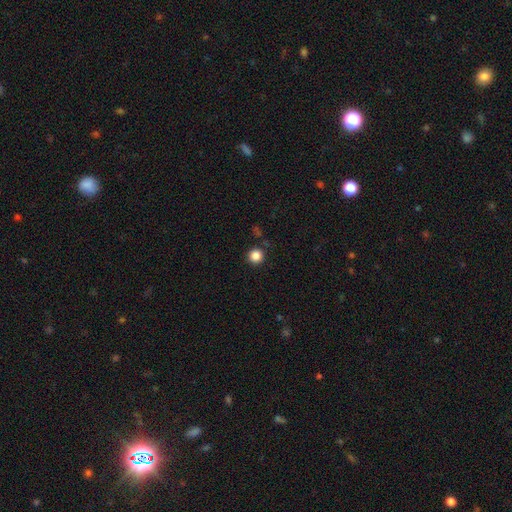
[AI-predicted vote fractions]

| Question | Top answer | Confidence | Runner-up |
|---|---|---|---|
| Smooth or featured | smooth | 86% | star or artifact (11%) |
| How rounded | round | 95% | in between (4%) |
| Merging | none | 89% | minor disturbance (6%) |